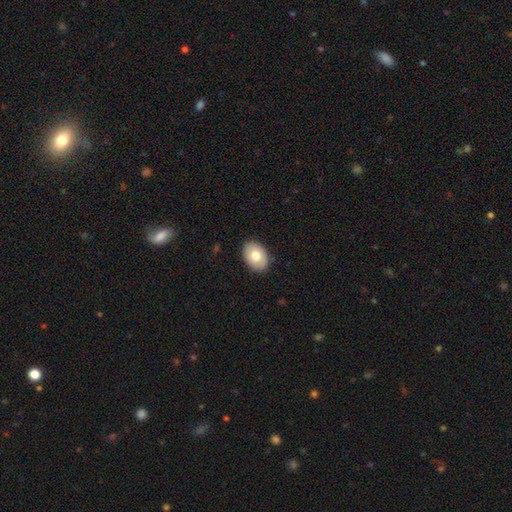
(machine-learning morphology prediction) Smooth or featured? smooth (74%)
How rounded? in between (83%)
Merging? none (88%)